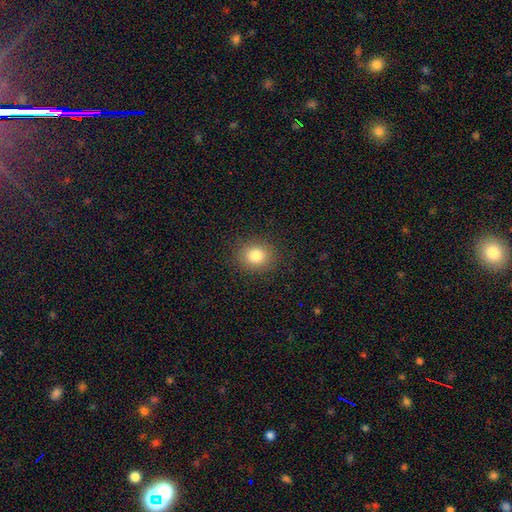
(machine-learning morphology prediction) Smooth or featured? smooth (81%)
How rounded? round (75%)
Merging? none (89%)